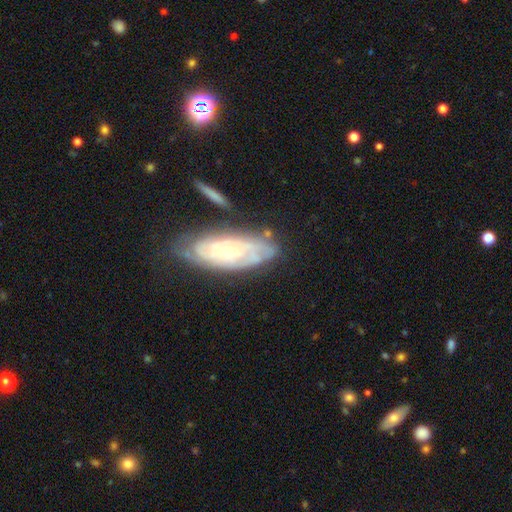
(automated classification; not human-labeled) Smooth or featured? featured or disk (77%)
Edge-on disk? no (89%)
Bar? no (78%)
Spiral arms? yes (89%)
Spiral winding? tight (76%)
Spiral arm count? can't tell (56%)
Bulge size? small (63%)
Merging? none (71%)